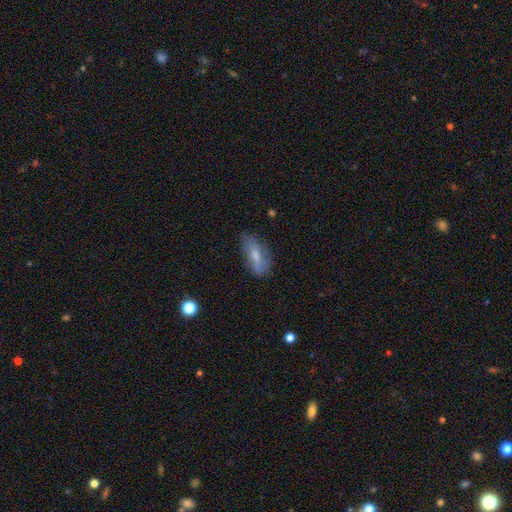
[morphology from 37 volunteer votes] A smooth galaxy with no disk features (81%) that is in between round and cigar-shaped (83%).

Vote fractions:
- Smooth or featured? smooth: 81% / featured or disk: 16% / star or artifact: 3%
- How rounded? in between: 83% / cigar-shaped: 13% / round: 3%
- Merging? none: 78% / minor disturbance: 19% / major disturbance: 3% / merger: 0%